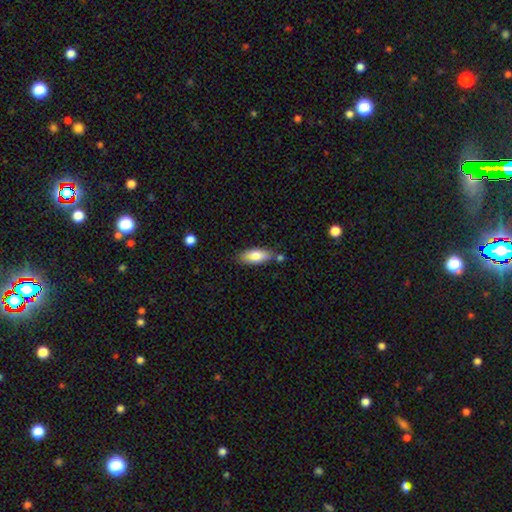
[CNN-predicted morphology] Smooth or featured? smooth (79%)
How rounded? in between (77%)
Merging? none (70%)